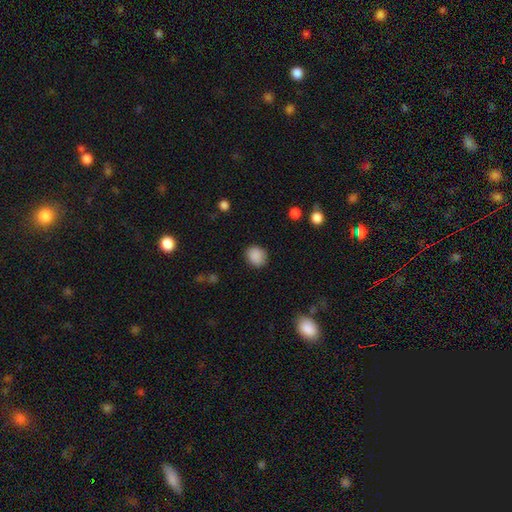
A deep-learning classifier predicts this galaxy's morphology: Smooth or featured? smooth (88%)
How rounded? round (63%)
Merging? none (85%)